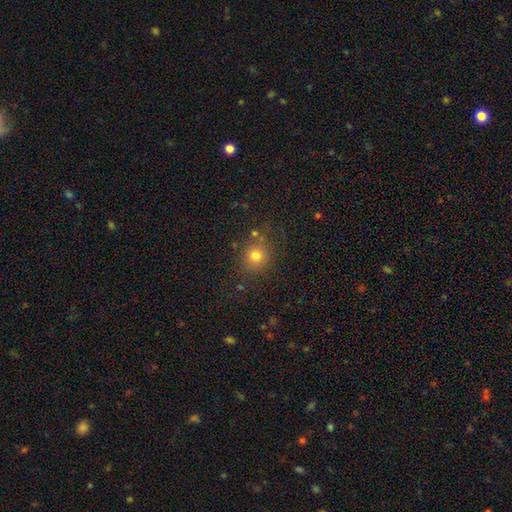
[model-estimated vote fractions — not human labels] Smooth or featured? smooth (78%)
How rounded? round (86%)
Merging? none (78%)